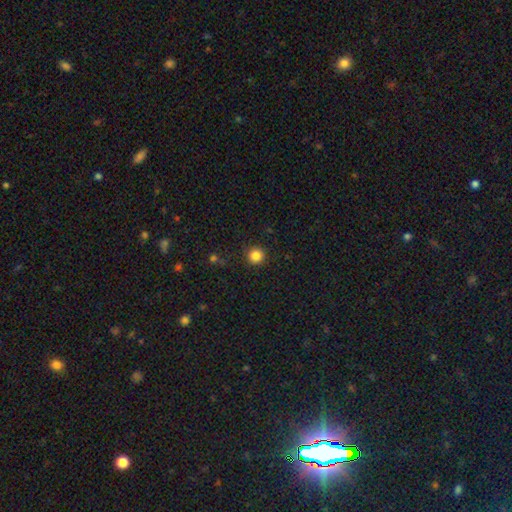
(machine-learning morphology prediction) smooth 85%, star or artifact 11%, featured or disk 4%. Down the decision tree: how rounded — round (95%); merging — none (90%).